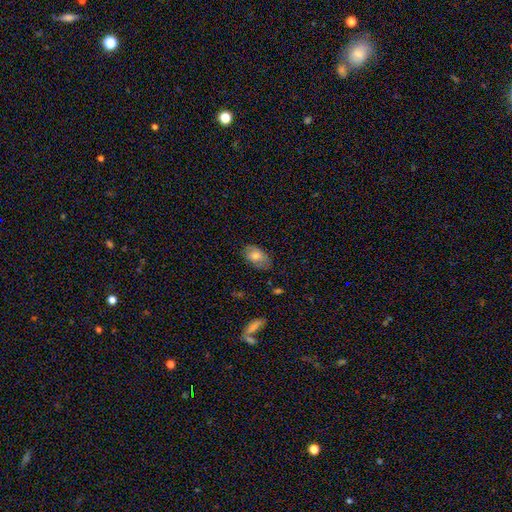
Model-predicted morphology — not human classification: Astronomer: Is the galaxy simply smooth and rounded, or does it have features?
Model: smooth — 71%.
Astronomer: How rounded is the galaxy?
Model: in between — 92%.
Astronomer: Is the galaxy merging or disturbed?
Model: none — 71%.